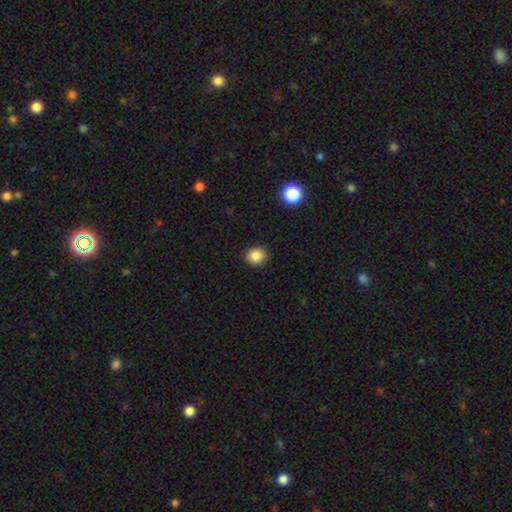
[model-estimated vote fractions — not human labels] This appears to be a smooth galaxy with no disk features (86%) that is round (82%). Merging: none (90%).